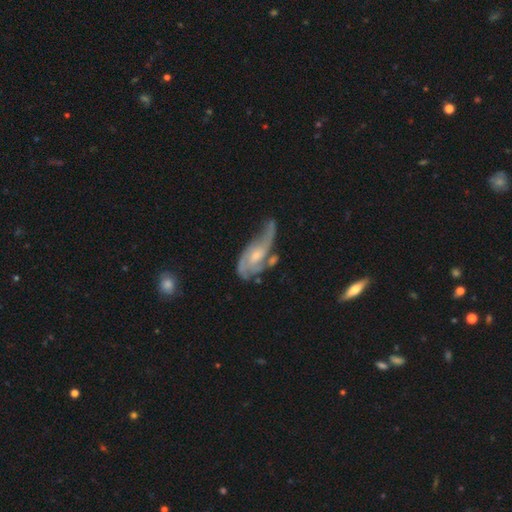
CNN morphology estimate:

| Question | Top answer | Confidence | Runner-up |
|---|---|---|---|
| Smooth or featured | featured or disk | 78% | smooth (16%) |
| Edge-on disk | no | 91% | yes (9%) |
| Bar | no | 57% | weak (36%) |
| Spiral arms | yes | 88% | no (12%) |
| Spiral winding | medium | 40% | loose (36%) |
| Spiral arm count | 2 | 53% | can't tell (22%) |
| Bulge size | small | 45% | moderate (44%) |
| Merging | none | 30% | major disturbance (28%) |